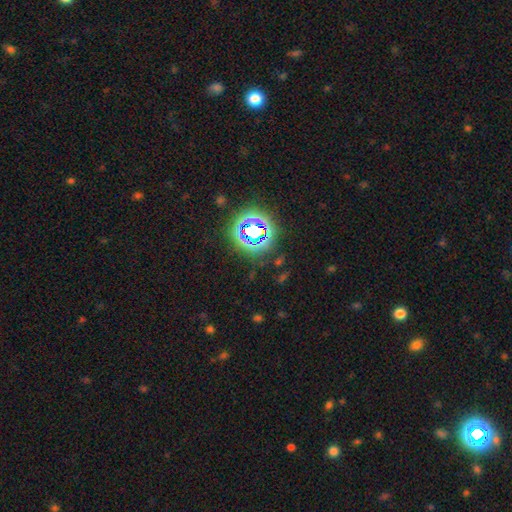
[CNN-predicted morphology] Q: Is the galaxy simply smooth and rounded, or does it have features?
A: star or artifact — 75%.